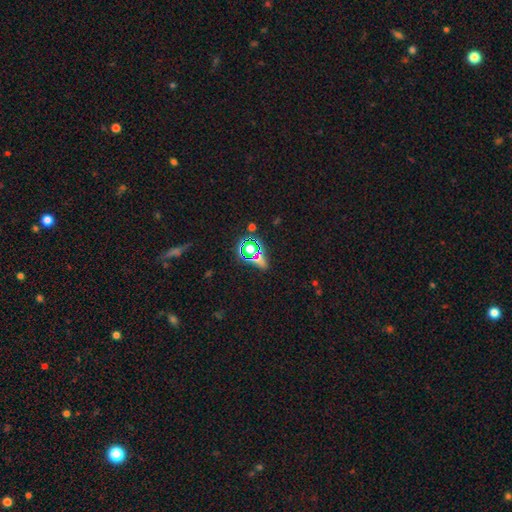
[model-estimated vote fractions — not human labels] Smooth or featured? star or artifact (53%)